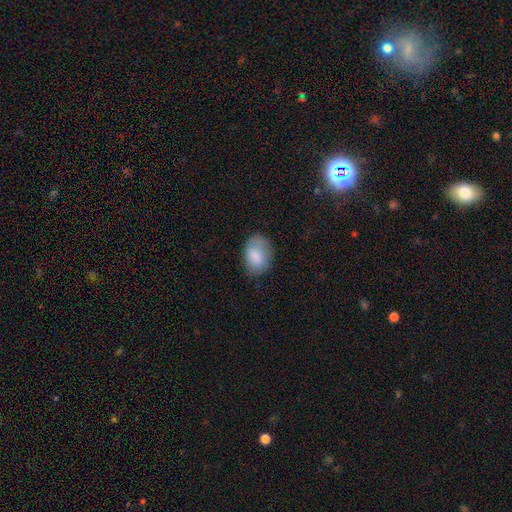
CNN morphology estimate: This is clearly a smooth galaxy (83%). How rounded: clearly in between (85%). Merging: likely none (68%).